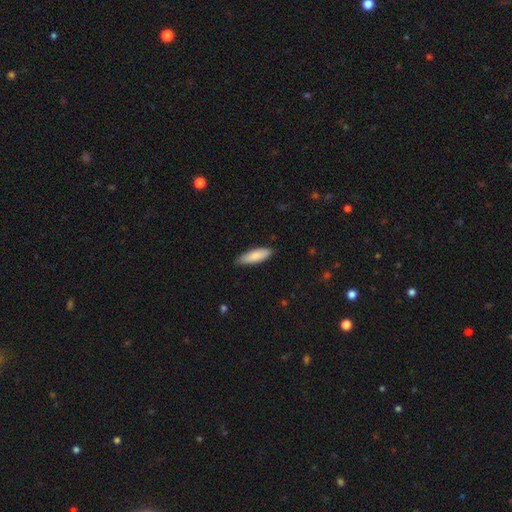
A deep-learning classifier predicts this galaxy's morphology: type=smooth (82%); roundness=in between (51%); merging=none (81%).